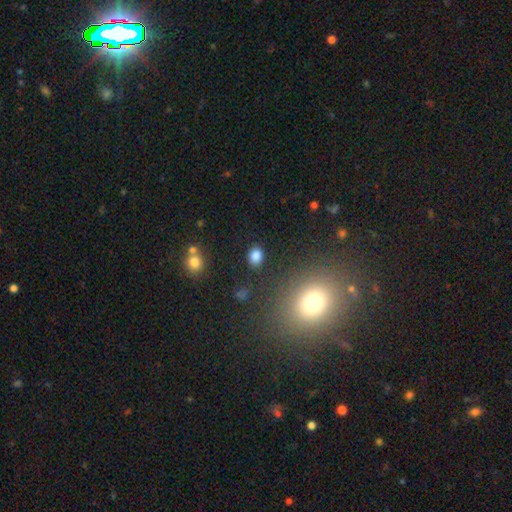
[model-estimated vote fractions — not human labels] Q: Smooth or featured?
A: smooth (83%); runner-up: star or artifact (12%)
Q: How rounded?
A: in between (58%); runner-up: round (41%)
Q: Merging?
A: none (85%); runner-up: minor disturbance (9%)